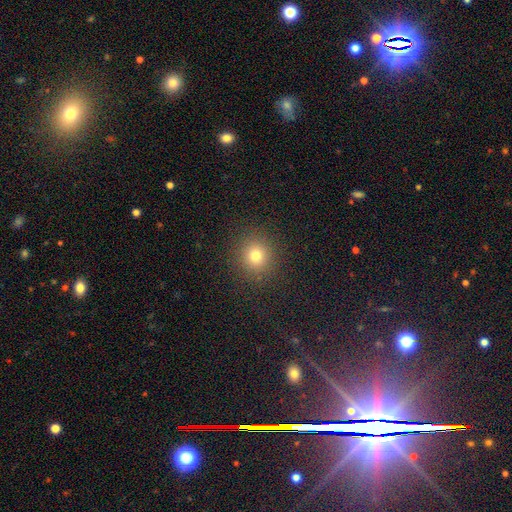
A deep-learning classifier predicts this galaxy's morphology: Smooth or featured: smooth — 76% (star or artifact — 16%)
How rounded: round — 90% (in between — 9%)
Merging: none — 90% (minor disturbance — 6%)